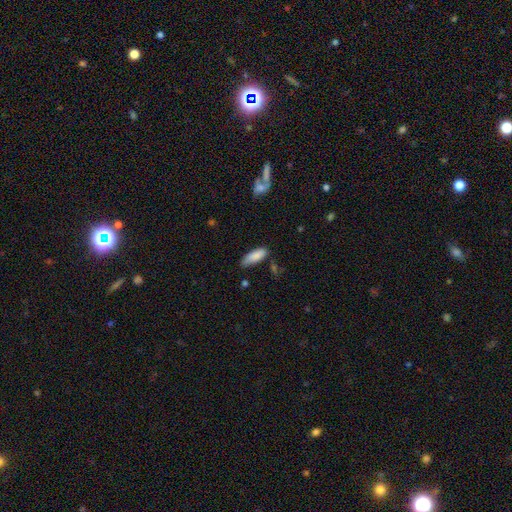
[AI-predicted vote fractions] Q: Smooth or featured?
A: smooth (86%); runner-up: featured or disk (7%)
Q: How rounded?
A: in between (70%); runner-up: cigar-shaped (28%)
Q: Merging?
A: none (61%); runner-up: minor disturbance (30%)